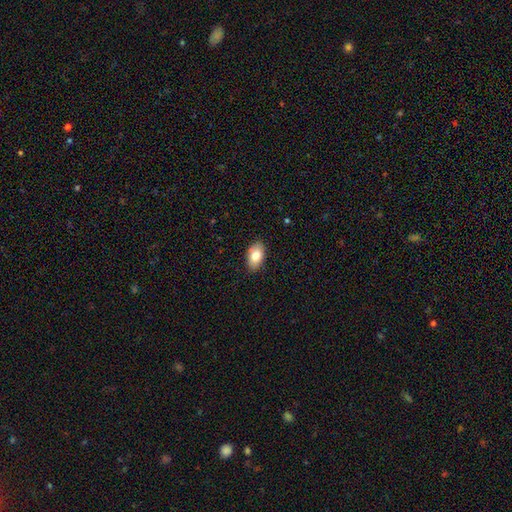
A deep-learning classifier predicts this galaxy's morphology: smooth-or-featured: smooth: 80% | featured or disk: 13% | star or artifact: 7%
  how-rounded: in between: 92% | round: 6% | cigar-shaped: 2%
  merging: none: 88% | minor disturbance: 10% | major disturbance: 2% | merger: 1%